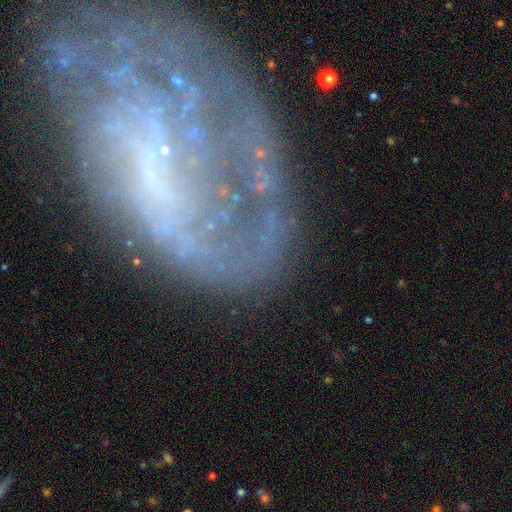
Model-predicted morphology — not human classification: Smooth or featured: featured or disk — 62% (star or artifact — 21%)
Edge-on disk: no — 91% (yes — 9%)
Bar: no — 55% (weak — 24%)
Spiral arms: yes — 52% (no — 48%)
Bulge size: small — 35% (none — 29%)
Merging: none — 59% (major disturbance — 17%)